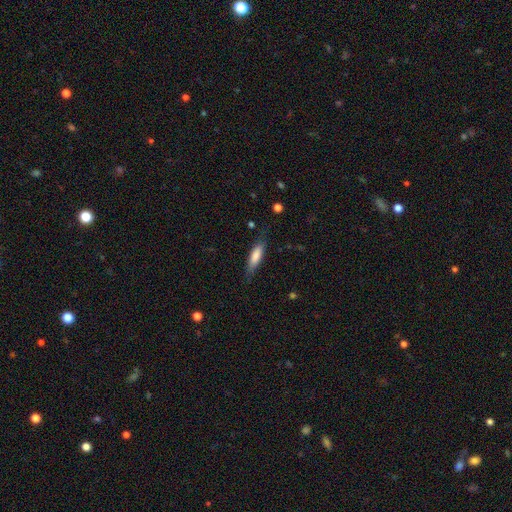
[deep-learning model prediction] Overall: smooth (75%). How rounded: cigar-shaped (63%; in between 36%). Merging: none (76%).